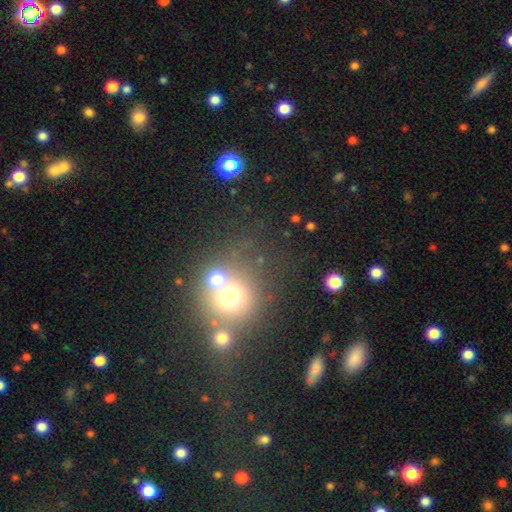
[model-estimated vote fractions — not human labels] smooth_or_featured: smooth (p=0.51) [alt: star or artifact p=0.33]
how_rounded: round (p=0.77) [alt: in between p=0.21]
merging: none (p=0.49) [alt: merger p=0.33]